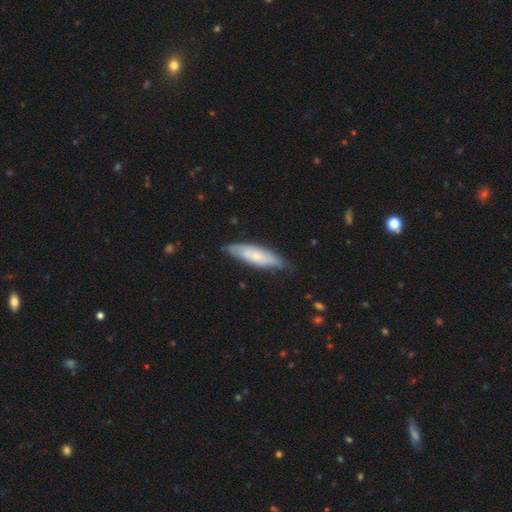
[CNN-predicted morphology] Smooth or featured?
  - smooth: 62% *
  - featured or disk: 33%
  - star or artifact: 6%
How rounded?
  - cigar-shaped: 57% *
  - in between: 41%
  - round: 2%
Merging?
  - none: 74% *
  - minor disturbance: 21%
  - major disturbance: 3%
  - merger: 1%